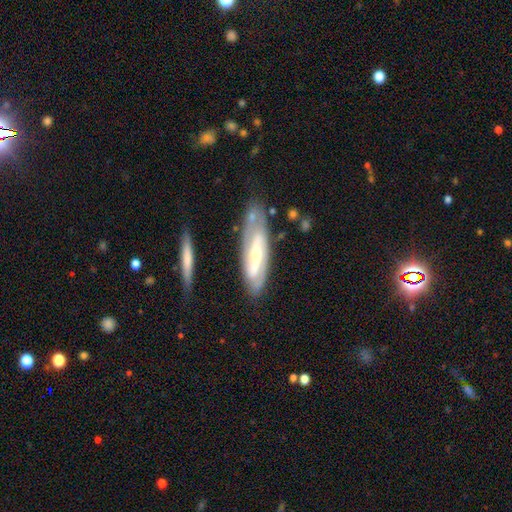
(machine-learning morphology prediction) Smooth or featured?
  - featured or disk: 76% *
  - smooth: 18%
  - star or artifact: 6%
Edge-on disk?
  - no: 83% *
  - yes: 17%
Bar?
  - strong: 39% *
  - weak: 34%
  - no: 27%
Spiral arms?
  - yes: 89% *
  - no: 11%
Spiral winding?
  - tight: 42% *
  - medium: 41%
  - loose: 17%
Spiral arm count?
  - 2: 75% *
  - can't tell: 16%
  - 3: 3%
  - 1: 3%
  - 4: 1%
  - more than 4: 1%
Bulge size?
  - small: 51% *
  - moderate: 44%
  - large: 3%
  - none: 2%
  - dominant: 1%
Merging?
  - none: 76% *
  - minor disturbance: 15%
  - major disturbance: 4%
  - merger: 4%